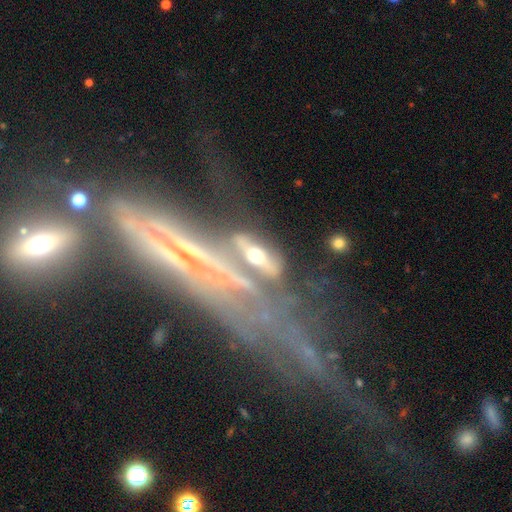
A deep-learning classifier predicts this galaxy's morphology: A featured or disk galaxy (64%) viewed edge-on (58%).

Vote fractions:
- Smooth or featured? featured or disk: 64% / smooth: 22% / star or artifact: 14%
- Edge-on disk? yes: 58% / no: 42%
- Merging? none: 51% / merger: 18% / minor disturbance: 17% / major disturbance: 13%